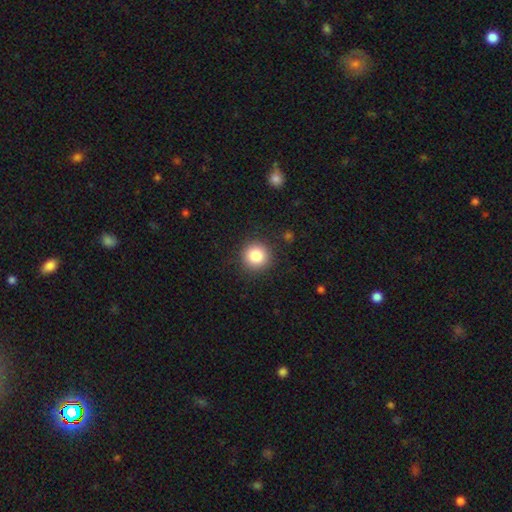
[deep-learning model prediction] smooth_or_featured: smooth (p=0.83) [alt: star or artifact p=0.10]
how_rounded: round (p=0.94) [alt: in between p=0.05]
merging: none (p=0.90) [alt: minor disturbance p=0.07]